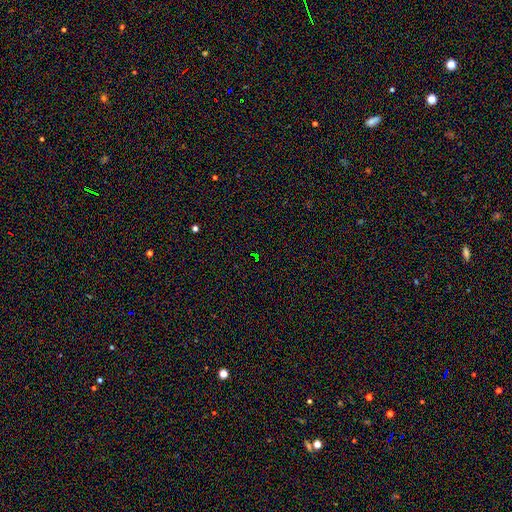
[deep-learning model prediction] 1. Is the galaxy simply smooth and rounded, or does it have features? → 74% star or artifact, 18% smooth, 8% featured or disk.